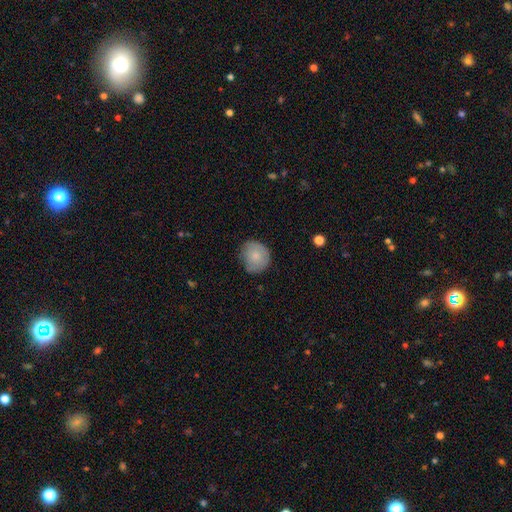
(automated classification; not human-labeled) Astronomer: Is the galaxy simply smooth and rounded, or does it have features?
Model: smooth — 79%.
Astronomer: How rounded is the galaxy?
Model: round — 84%.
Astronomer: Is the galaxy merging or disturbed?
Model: none — 70%.